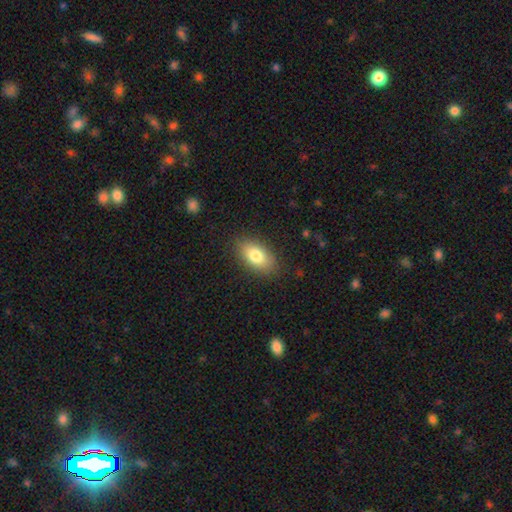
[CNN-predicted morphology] Overall: smooth (80%). How rounded: in between (90%). Merging: none (85%).